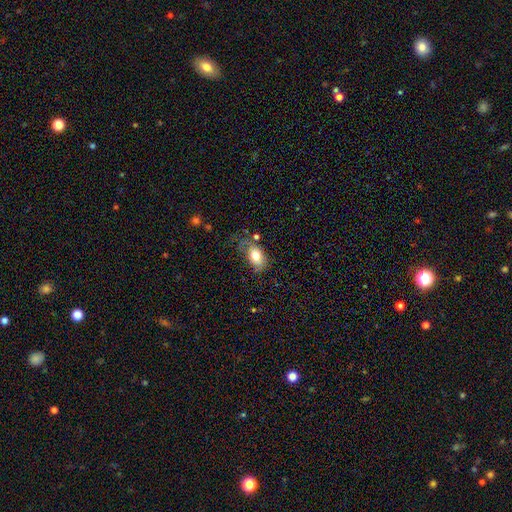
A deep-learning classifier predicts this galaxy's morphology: smooth-or-featured: smooth: 72% | featured or disk: 20% | star or artifact: 8%
  how-rounded: in between: 87% | round: 11% | cigar-shaped: 2%
  merging: none: 45% | minor disturbance: 30% | major disturbance: 20% | merger: 4%